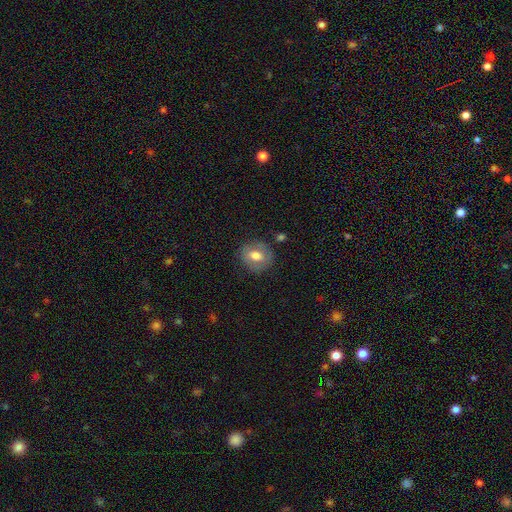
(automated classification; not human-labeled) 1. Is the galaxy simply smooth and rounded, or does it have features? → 62% smooth, 30% featured or disk, 8% star or artifact.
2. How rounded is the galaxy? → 68% round, 31% in between, 1% cigar-shaped.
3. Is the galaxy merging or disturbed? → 79% none, 14% minor disturbance, 4% major disturbance, 2% merger.